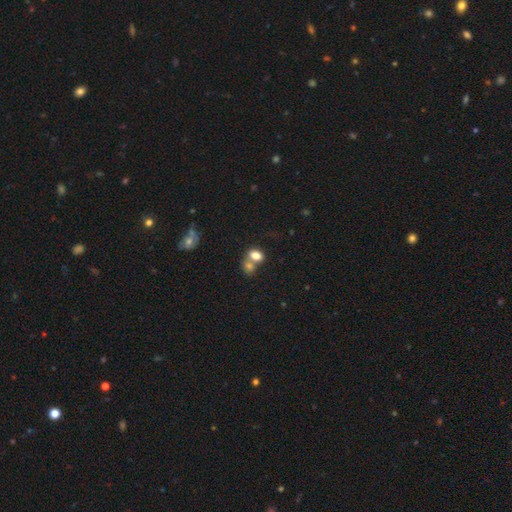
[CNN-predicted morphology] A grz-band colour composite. It shows a smooth galaxy with no disk features (78%) that is in between round and cigar-shaped (73%). Merging: merger (55%).